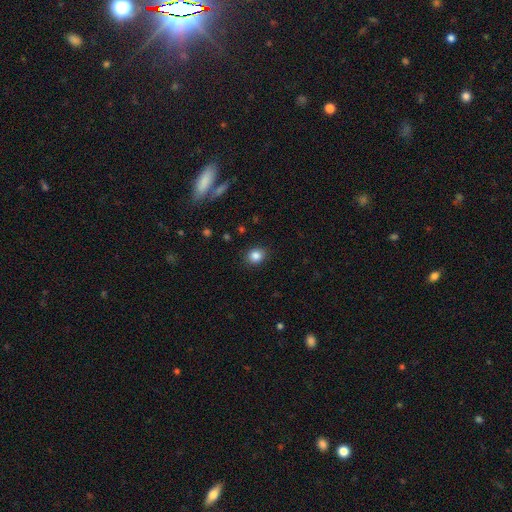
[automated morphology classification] Smooth or featured? Predicted: smooth (p=0.85). How rounded? Predicted: round (p=0.66). Merging? Predicted: none (p=0.88).